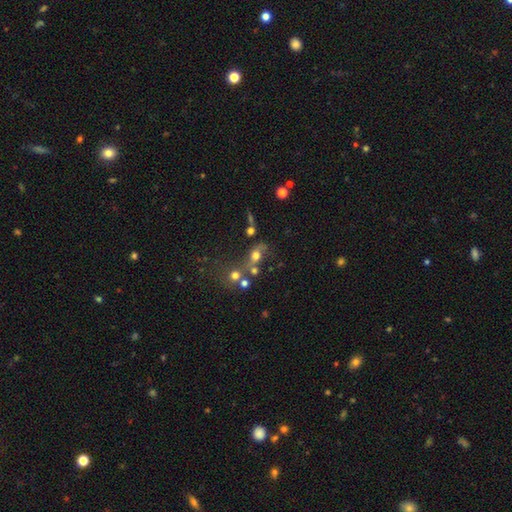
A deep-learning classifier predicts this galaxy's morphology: This is possibly a smooth galaxy (56%). How rounded: possibly round (52%). Merging: marginally none (35%, tied with merger).